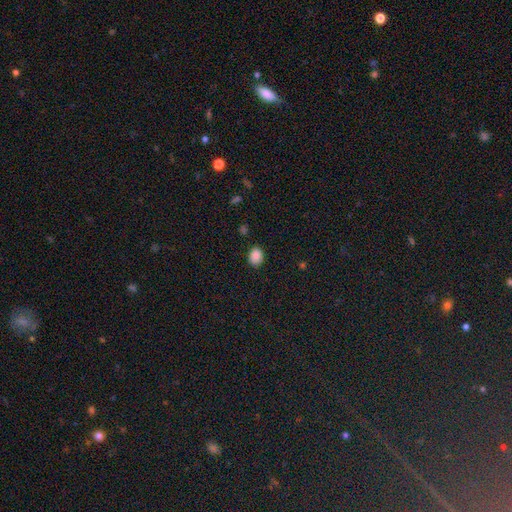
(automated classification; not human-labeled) smooth 87%, star or artifact 9%, featured or disk 4%. Down the decision tree: how rounded — in between (57%); merging — none (86%).